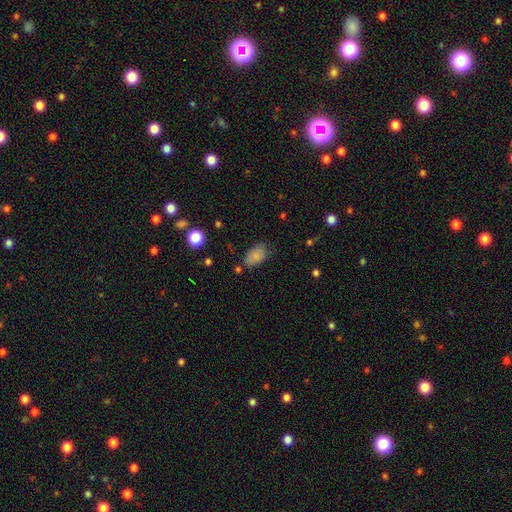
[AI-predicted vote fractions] A smooth galaxy with no disk features (82%) that is in between round and cigar-shaped (92%). Merging: none (66%).